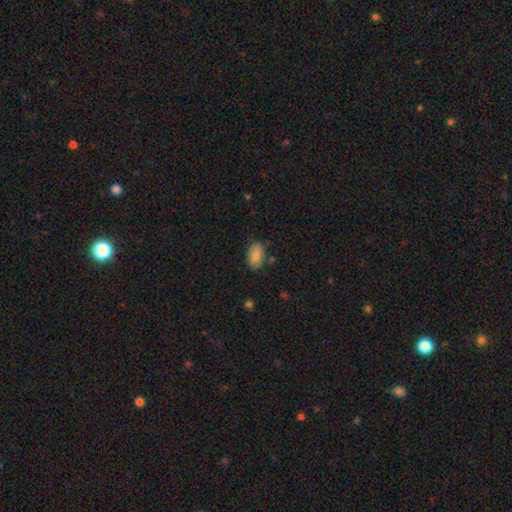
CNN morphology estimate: smooth-or-featured: smooth: 77% | featured or disk: 15% | star or artifact: 7%
  how-rounded: in between: 91% | round: 7% | cigar-shaped: 2%
  merging: none: 78% | minor disturbance: 16% | merger: 3% | major disturbance: 3%